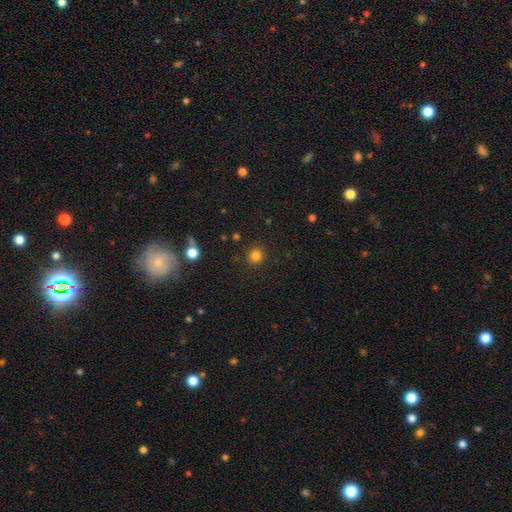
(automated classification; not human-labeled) This is clearly a smooth galaxy (81%). How rounded: clearly round (85%). Merging: clearly none (88%).